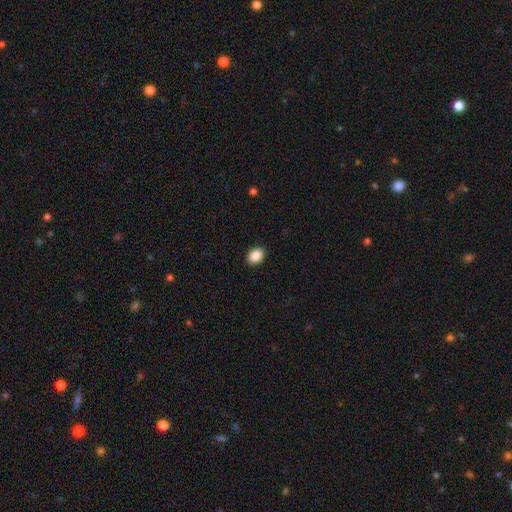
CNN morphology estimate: type=smooth (89%); roundness=in between (74%); merging=none (90%).